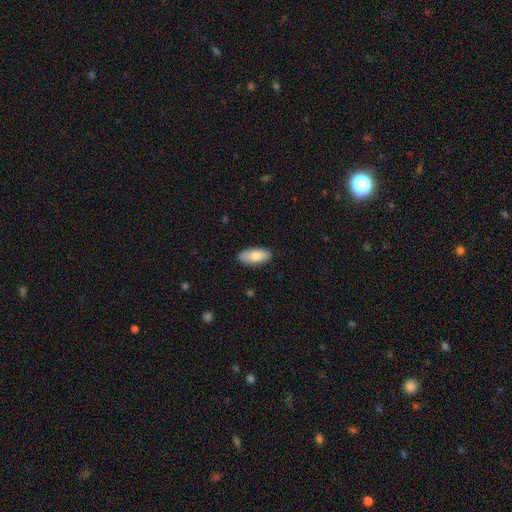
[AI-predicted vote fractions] smooth_or_featured: smooth (p=0.81) [alt: featured or disk p=0.14]
how_rounded: in between (p=0.88) [alt: cigar-shaped p=0.10]
merging: none (p=0.88) [alt: minor disturbance p=0.09]